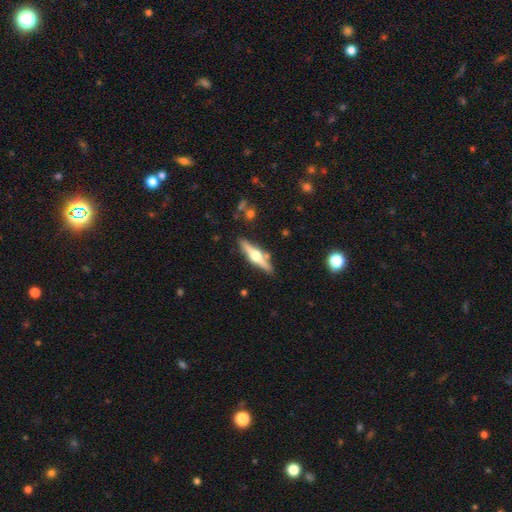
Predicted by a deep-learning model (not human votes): Q: Smooth or featured?
A: featured or disk (72%); runner-up: smooth (23%)
Q: Edge-on disk?
A: yes (97%); runner-up: no (3%)
Q: Edge-on bulge?
A: rounded (95%); runner-up: boxy (3%)
Q: Merging?
A: none (85%); runner-up: minor disturbance (9%)